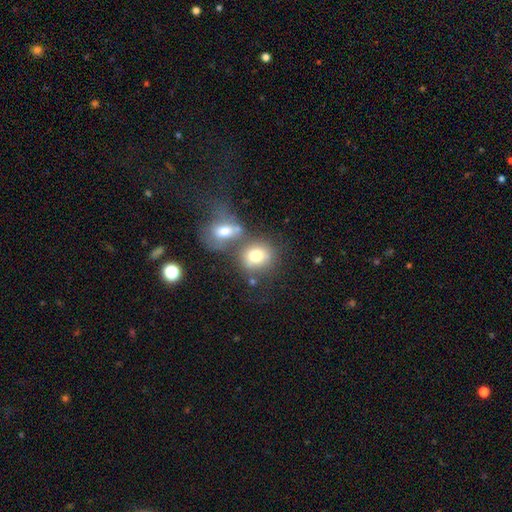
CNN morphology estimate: This appears to be a smooth galaxy with no disk features (74%) that is round (66%). Merging: merger (43%).